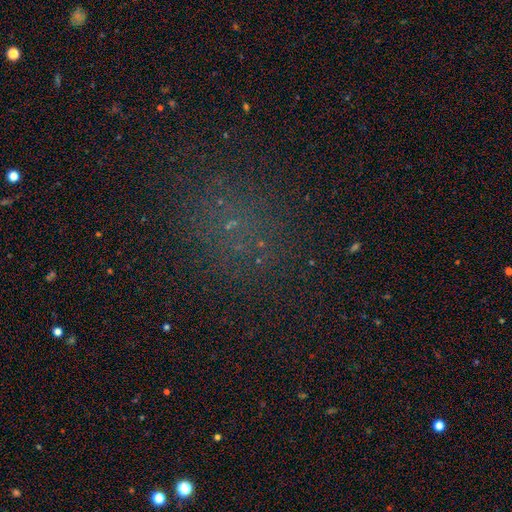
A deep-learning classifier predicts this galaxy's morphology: smooth_or_featured: star or artifact (p=0.46) [alt: smooth p=0.41]